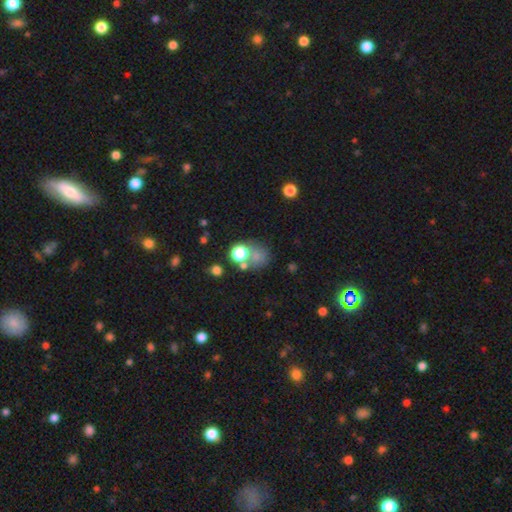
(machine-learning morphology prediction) Smooth or featured? Predicted: smooth (p=0.61). How rounded? Predicted: round (p=0.71). Merging? Predicted: none (p=0.47).